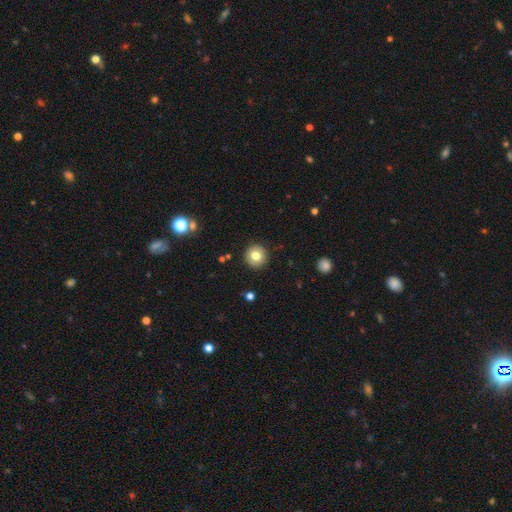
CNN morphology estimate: Smooth or featured? Predicted: smooth (p=0.79). How rounded? Predicted: round (p=0.95). Merging? Predicted: none (p=0.91).